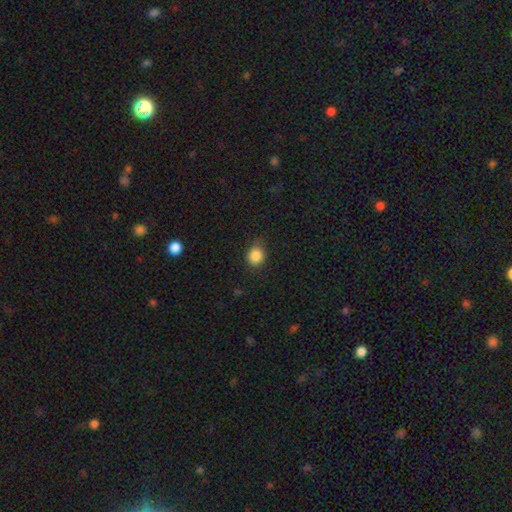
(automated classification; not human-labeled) Morphology: type=smooth (86%); roundness=round (69%); merging=none (75%).